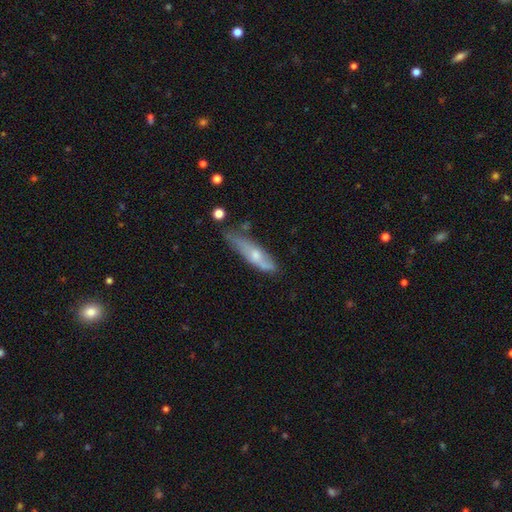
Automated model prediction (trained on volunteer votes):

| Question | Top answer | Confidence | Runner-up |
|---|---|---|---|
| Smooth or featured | smooth | 49% | featured or disk (44%) |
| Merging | none | 50% | minor disturbance (33%) |